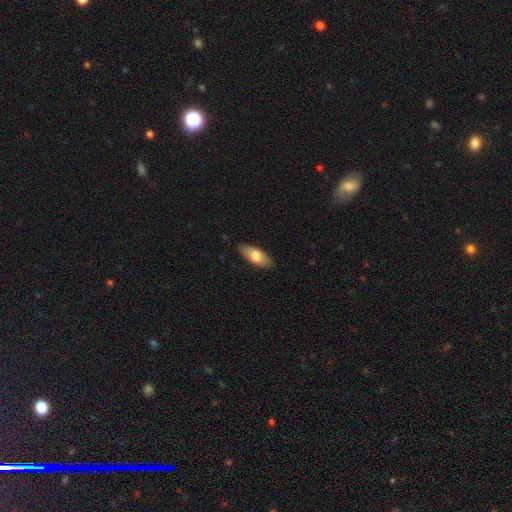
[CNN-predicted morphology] This appears to be a smooth galaxy with no disk features (76%) that is in between round and cigar-shaped (85%). Merging: none (88%).